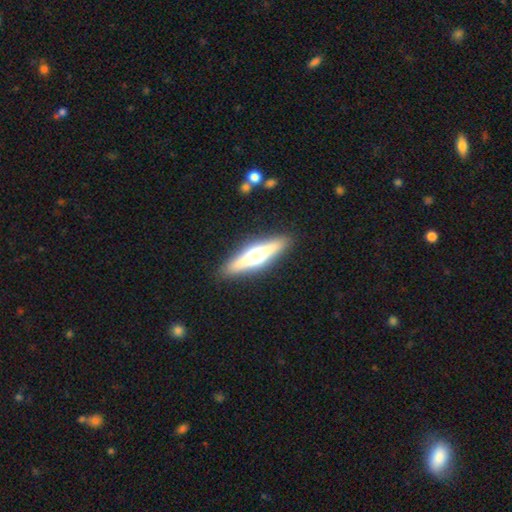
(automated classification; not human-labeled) Smooth or featured? featured or disk (63%)
Edge-on disk? yes (94%)
Edge-on bulge? rounded (93%)
Merging? none (89%)